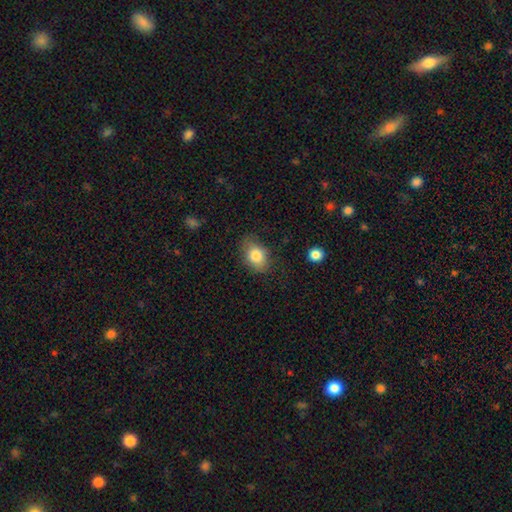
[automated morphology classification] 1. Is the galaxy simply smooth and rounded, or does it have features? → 81% smooth, 11% featured or disk, 8% star or artifact.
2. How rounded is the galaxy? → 74% in between, 25% round, 1% cigar-shaped.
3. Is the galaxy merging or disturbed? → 71% none, 21% minor disturbance, 6% major disturbance, 2% merger.